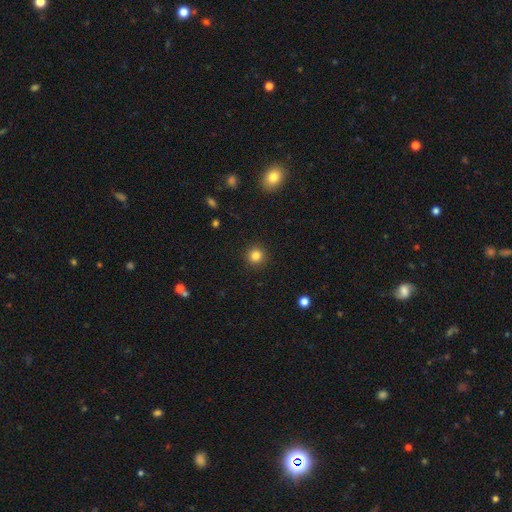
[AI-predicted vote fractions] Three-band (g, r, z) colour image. It shows a smooth galaxy with no disk features (83%) that is round (94%). Merging: none (92%).